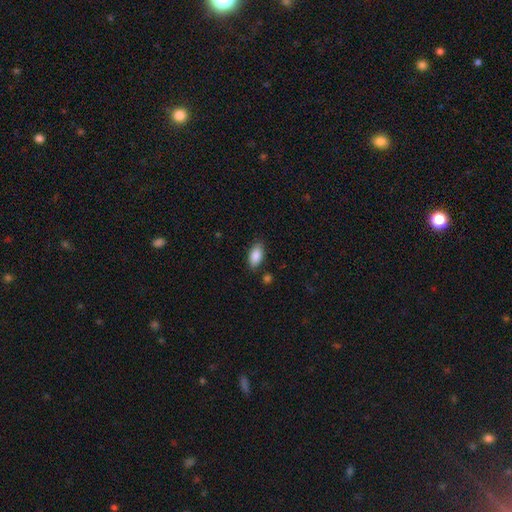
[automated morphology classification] A smooth galaxy with no disk features (87%) that is in between round and cigar-shaped (91%).

Vote fractions:
- Smooth or featured? smooth: 87% / star or artifact: 7% / featured or disk: 7%
- How rounded? in between: 91% / cigar-shaped: 6% / round: 3%
- Merging? none: 81% / minor disturbance: 13% / major disturbance: 3% / merger: 3%